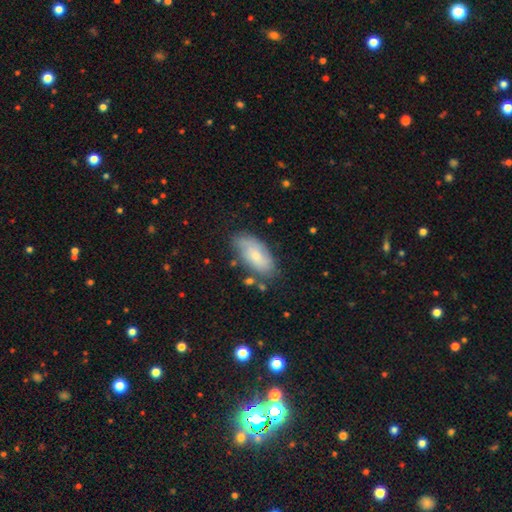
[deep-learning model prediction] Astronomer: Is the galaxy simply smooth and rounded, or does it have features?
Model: smooth — 64%.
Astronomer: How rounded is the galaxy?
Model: in between — 91%.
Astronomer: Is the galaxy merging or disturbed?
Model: none — 71%.